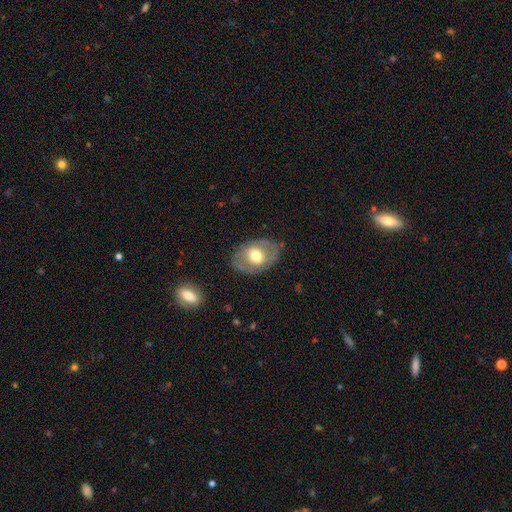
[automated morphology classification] smooth-or-featured: smooth: 48% | featured or disk: 45% | star or artifact: 6%
  merging: none: 78% | minor disturbance: 15% | major disturbance: 6% | merger: 1%